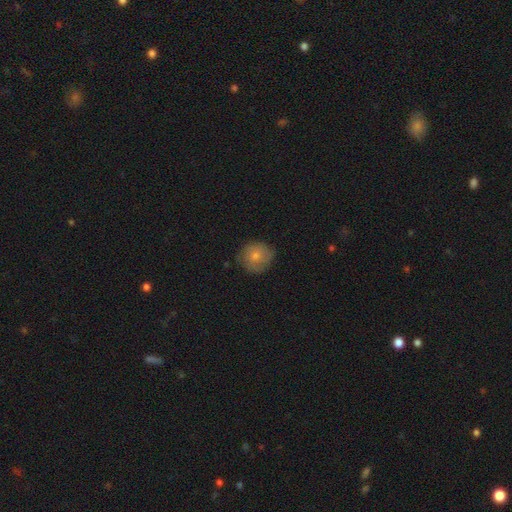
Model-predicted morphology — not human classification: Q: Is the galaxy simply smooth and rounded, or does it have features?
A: smooth — 72%.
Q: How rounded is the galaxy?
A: round — 88%.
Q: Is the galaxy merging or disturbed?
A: none — 73%.